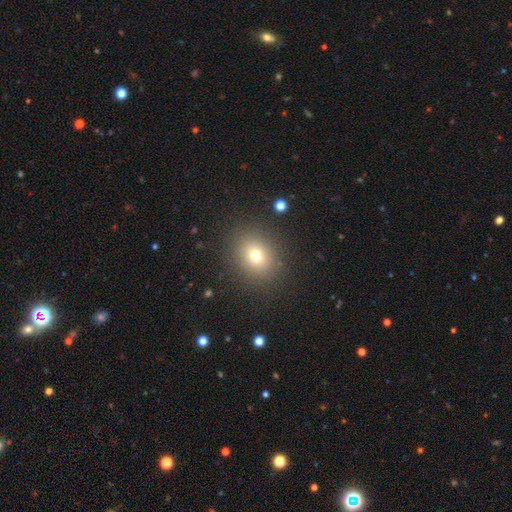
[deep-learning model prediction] Morphology: type=smooth (73%); roundness=round (69%); merging=none (88%).